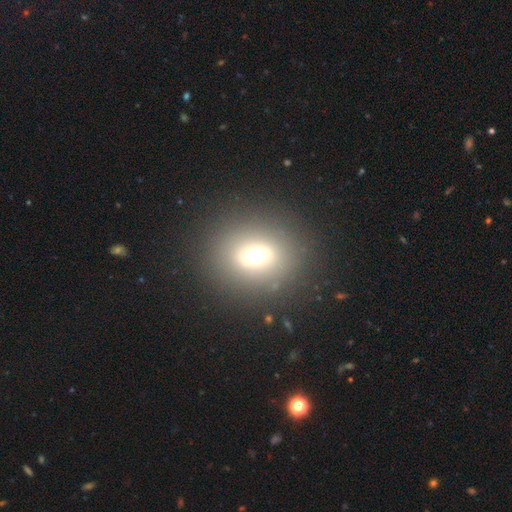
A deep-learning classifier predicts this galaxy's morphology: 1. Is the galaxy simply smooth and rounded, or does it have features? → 54% smooth, 28% featured or disk, 18% star or artifact.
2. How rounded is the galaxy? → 71% round, 27% in between, 1% cigar-shaped.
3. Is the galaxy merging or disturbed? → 83% none, 9% minor disturbance, 5% major disturbance, 3% merger.